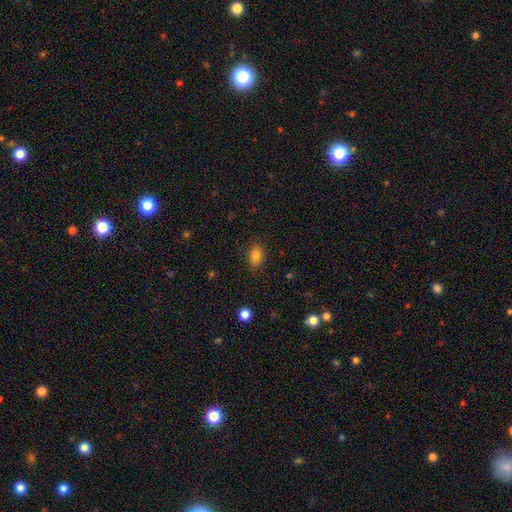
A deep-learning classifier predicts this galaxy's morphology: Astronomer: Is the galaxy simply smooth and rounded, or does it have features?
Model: smooth — 83%.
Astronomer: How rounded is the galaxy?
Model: in between — 76%.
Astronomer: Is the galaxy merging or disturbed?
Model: none — 83%.